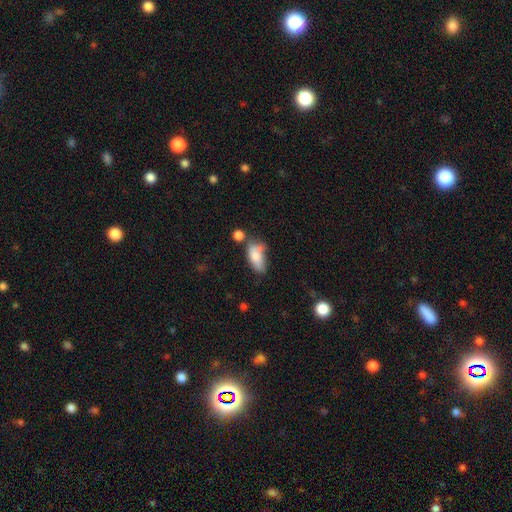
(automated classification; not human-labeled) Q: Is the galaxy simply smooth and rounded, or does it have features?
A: smooth — 75%.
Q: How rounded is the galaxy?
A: in between — 88%.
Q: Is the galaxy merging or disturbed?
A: none — 35%.